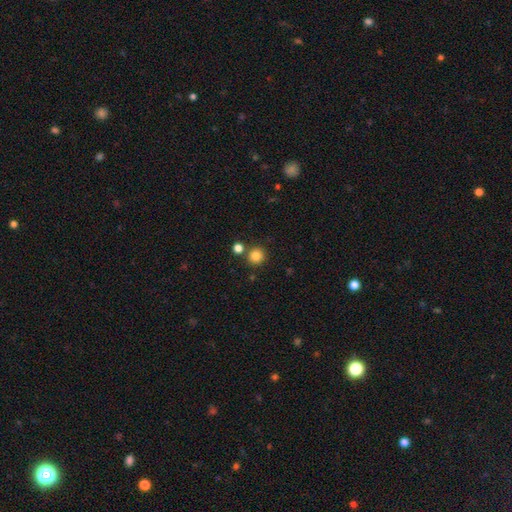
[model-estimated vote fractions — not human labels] This is clearly a smooth galaxy (84%). How rounded: clearly round (93%). Merging: clearly none (82%).